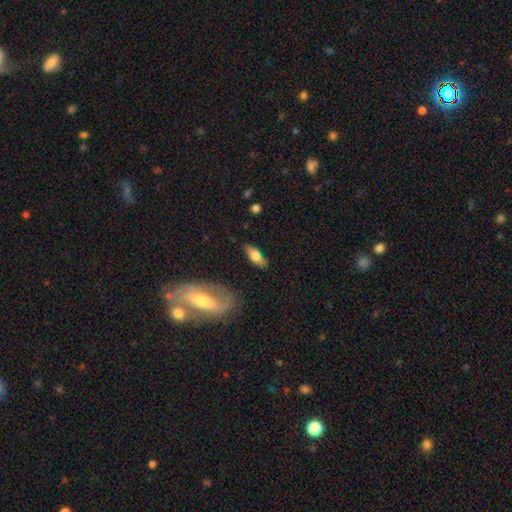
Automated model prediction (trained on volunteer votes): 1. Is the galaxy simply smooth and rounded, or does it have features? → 64% smooth, 29% featured or disk, 7% star or artifact.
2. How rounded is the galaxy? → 70% in between, 27% cigar-shaped, 4% round.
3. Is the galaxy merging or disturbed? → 78% none, 15% minor disturbance, 4% major disturbance, 3% merger.